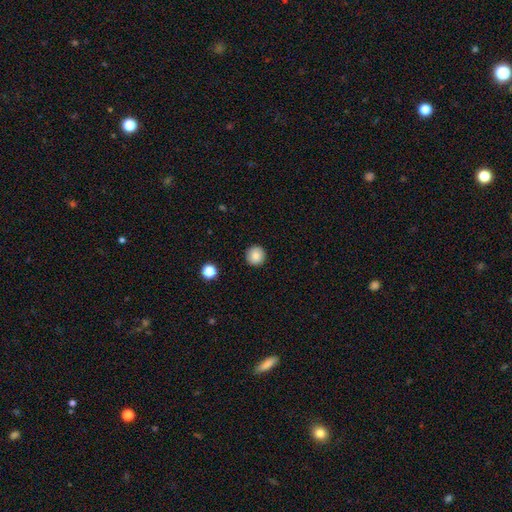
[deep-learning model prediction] Smooth or featured: smooth — 85% (star or artifact — 9%)
How rounded: round — 94% (in between — 5%)
Merging: none — 91% (minor disturbance — 6%)